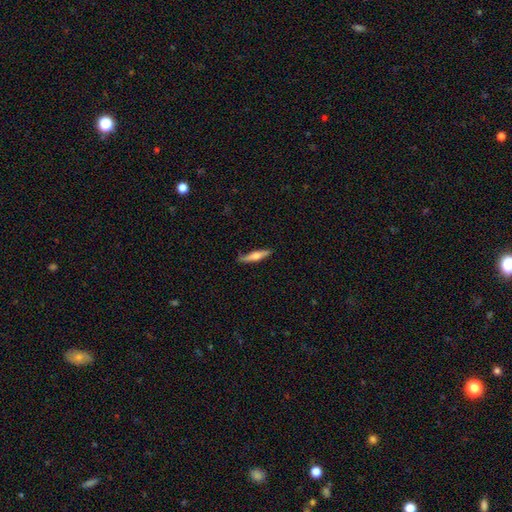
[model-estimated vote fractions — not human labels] Morphology: type=smooth (49%); merging=none (81%).